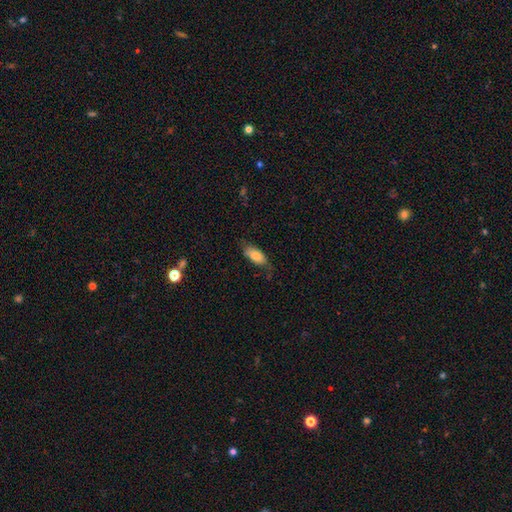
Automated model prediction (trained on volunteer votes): A smooth galaxy with no disk features (76%) that is in between round and cigar-shaped (86%).

Vote fractions:
- Smooth or featured? smooth: 76% / featured or disk: 17% / star or artifact: 7%
- How rounded? in between: 86% / cigar-shaped: 11% / round: 3%
- Merging? none: 62% / minor disturbance: 28% / major disturbance: 8% / merger: 2%